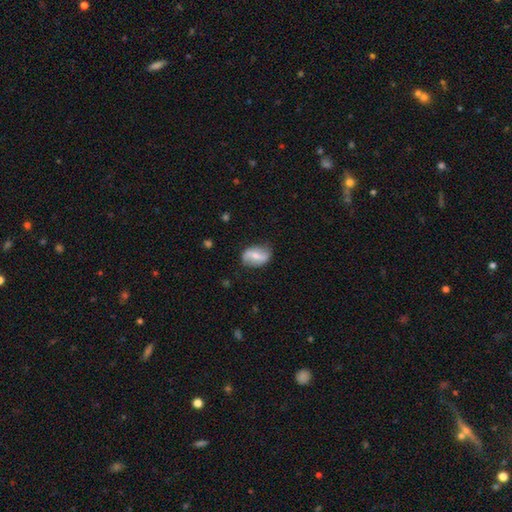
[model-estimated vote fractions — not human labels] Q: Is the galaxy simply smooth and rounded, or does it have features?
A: featured or disk — 58%.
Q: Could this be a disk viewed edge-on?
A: no — 94%.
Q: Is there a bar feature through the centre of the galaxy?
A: strong — 40%.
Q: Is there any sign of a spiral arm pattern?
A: yes — 76%.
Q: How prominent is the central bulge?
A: moderate — 48%.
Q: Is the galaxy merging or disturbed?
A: none — 77%.